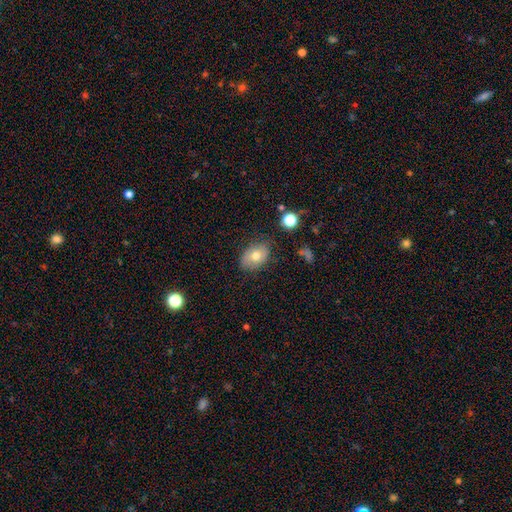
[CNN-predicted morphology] smooth-or-featured: smooth: 73% | featured or disk: 18% | star or artifact: 9%
  how-rounded: in between: 81% | round: 17% | cigar-shaped: 1%
  merging: none: 77% | minor disturbance: 17% | major disturbance: 4% | merger: 2%